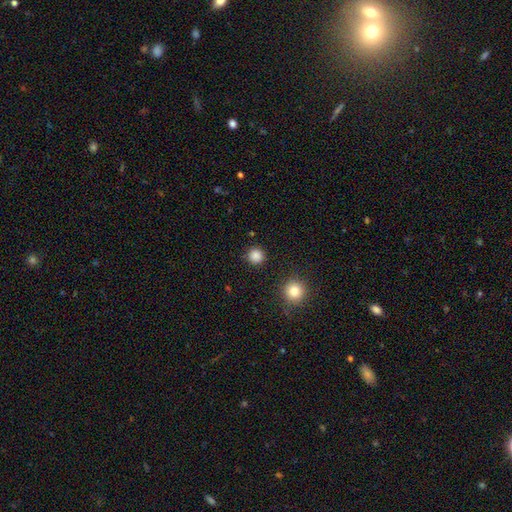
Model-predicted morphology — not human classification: A smooth galaxy with no disk features (85%) that is round (94%).

Vote fractions:
- Smooth or featured? smooth: 85% / star or artifact: 12% / featured or disk: 3%
- How rounded? round: 94% / in between: 5% / cigar-shaped: 1%
- Merging? none: 90% / minor disturbance: 6% / major disturbance: 2% / merger: 2%